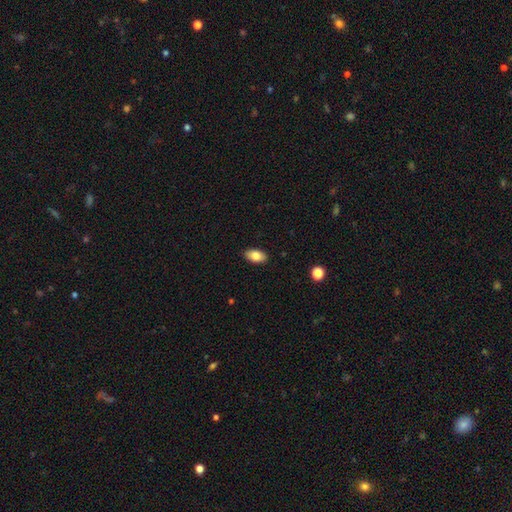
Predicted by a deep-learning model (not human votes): Smooth or featured?
  - smooth: 82% *
  - featured or disk: 11%
  - star or artifact: 7%
How rounded?
  - in between: 92% *
  - round: 5%
  - cigar-shaped: 3%
Merging?
  - none: 89% *
  - minor disturbance: 8%
  - major disturbance: 2%
  - merger: 1%